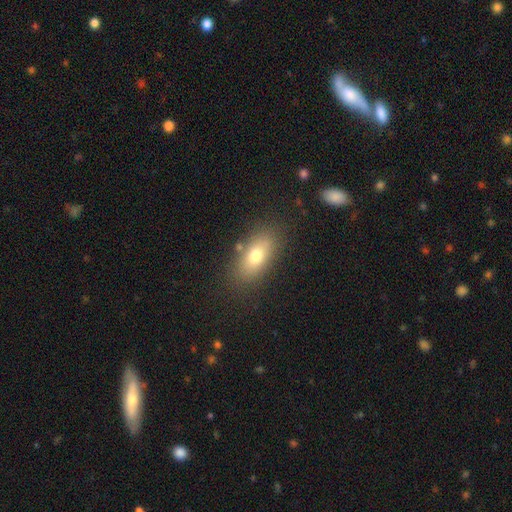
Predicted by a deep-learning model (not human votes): A smooth galaxy with no disk features (72%) that is in between round and cigar-shaped (84%). Merging: none (81%).